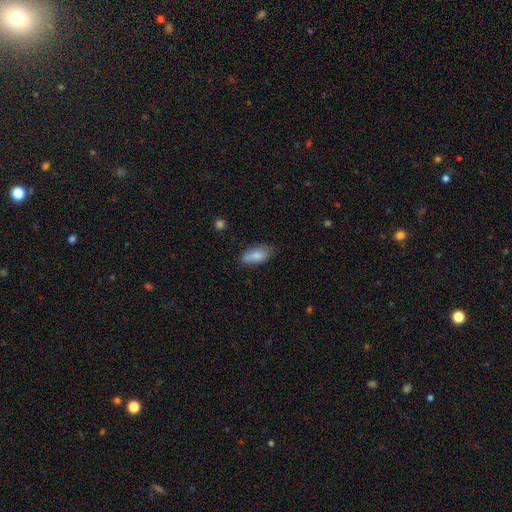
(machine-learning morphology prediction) Q: Smooth or featured?
A: smooth (83%); runner-up: featured or disk (10%)
Q: How rounded?
A: in between (84%); runner-up: cigar-shaped (13%)
Q: Merging?
A: none (68%); runner-up: minor disturbance (24%)